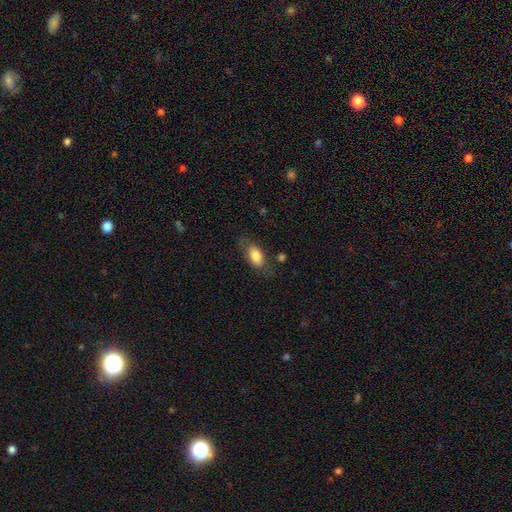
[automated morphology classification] Smooth or featured? Predicted: smooth (p=0.78). How rounded? Predicted: in between (p=0.89). Merging? Predicted: none (p=0.68).